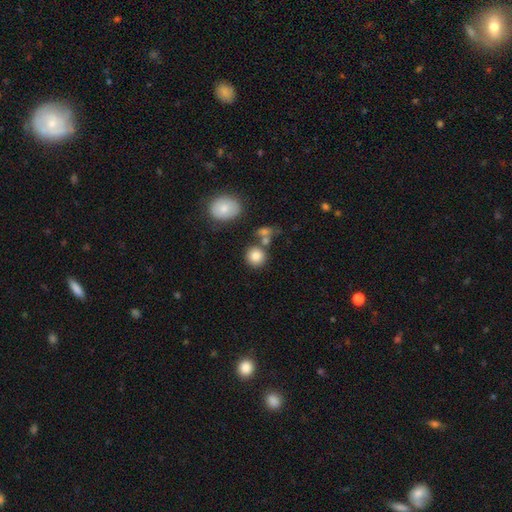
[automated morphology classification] smooth-or-featured: smooth: 83% | star or artifact: 10% | featured or disk: 7%
  how-rounded: round: 89% | in between: 10% | cigar-shaped: 1%
  merging: none: 72% | merger: 14% | minor disturbance: 10% | major disturbance: 4%